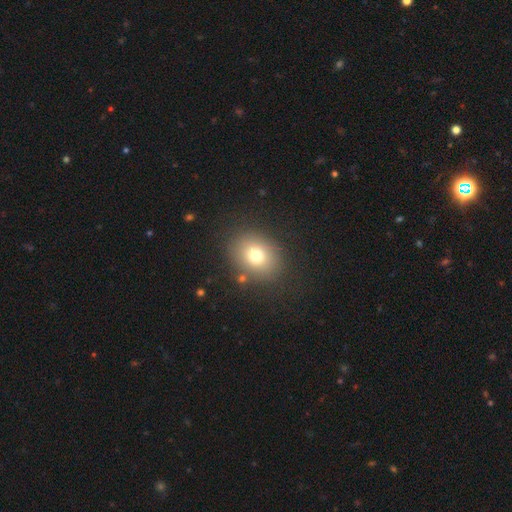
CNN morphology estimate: smooth_or_featured: smooth (p=0.74) [alt: star or artifact p=0.13]
how_rounded: round (p=0.52) [alt: in between p=0.47]
merging: none (p=0.83) [alt: minor disturbance p=0.09]